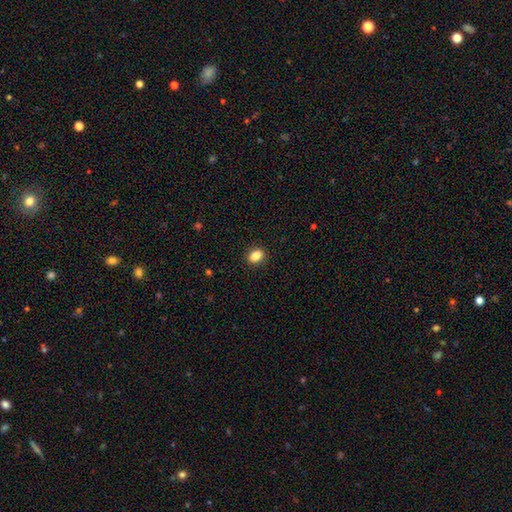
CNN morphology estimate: Smooth or featured: smooth — 86% (star or artifact — 9%)
How rounded: in between — 64% (round — 35%)
Merging: none — 89% (minor disturbance — 8%)